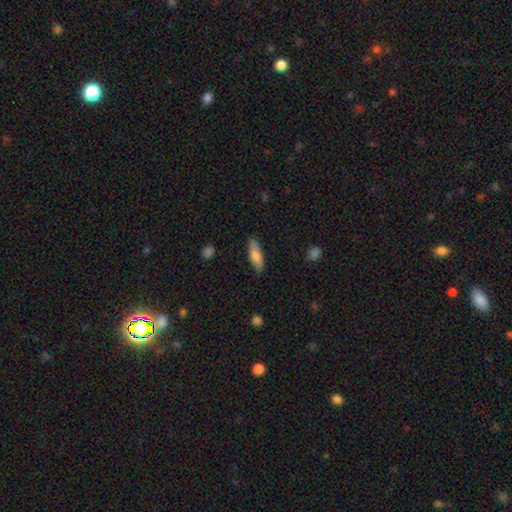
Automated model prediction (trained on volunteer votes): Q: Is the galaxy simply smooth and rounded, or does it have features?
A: smooth — 76%.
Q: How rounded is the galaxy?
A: cigar-shaped — 50%.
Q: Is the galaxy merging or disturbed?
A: none — 84%.